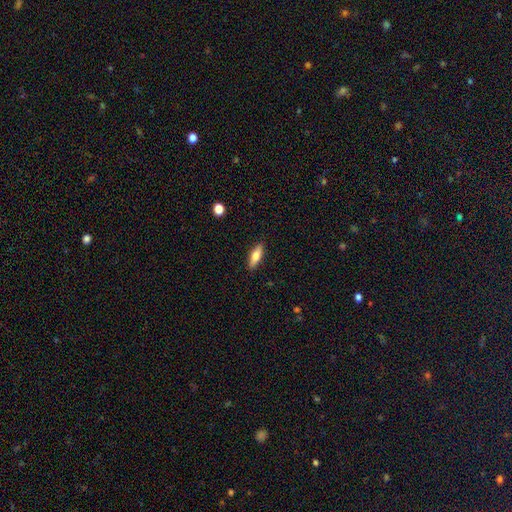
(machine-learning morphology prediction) A smooth galaxy with no disk features (68%) that is in between round and cigar-shaped (54%). Merging: none (89%).